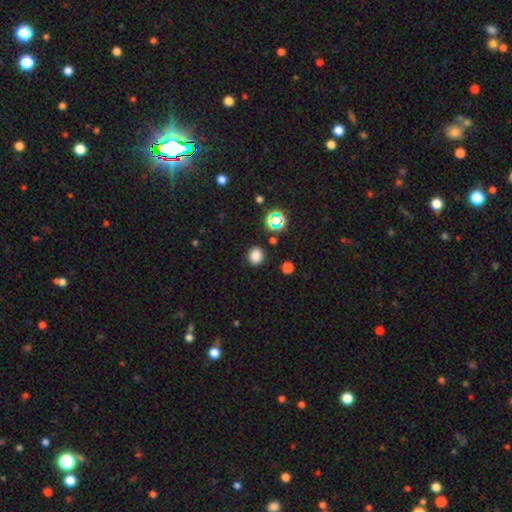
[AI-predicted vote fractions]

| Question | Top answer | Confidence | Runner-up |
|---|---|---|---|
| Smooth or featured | smooth | 79% | star or artifact (17%) |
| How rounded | round | 68% | in between (31%) |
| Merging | none | 87% | minor disturbance (8%) |